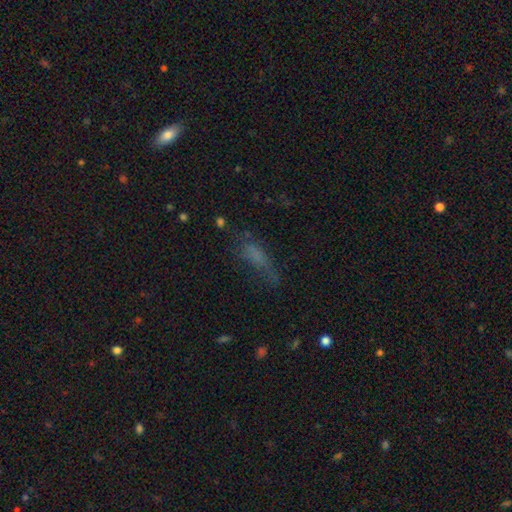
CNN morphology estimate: This appears to be a smooth galaxy with no disk features (57%) that is cigar-shaped (52%). Merging: none (45%).